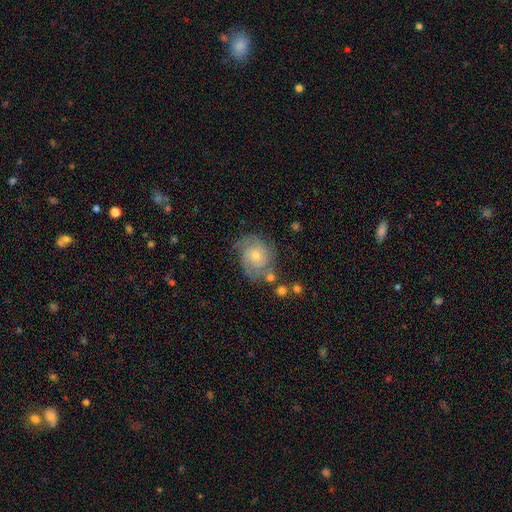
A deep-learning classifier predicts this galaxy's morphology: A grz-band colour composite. It shows a featured or disk galaxy (73%) with no bar (77%), 2 (32%) tight (56%) spiral arms (91%) and a small central bulge (55%). Merging: none (62%).